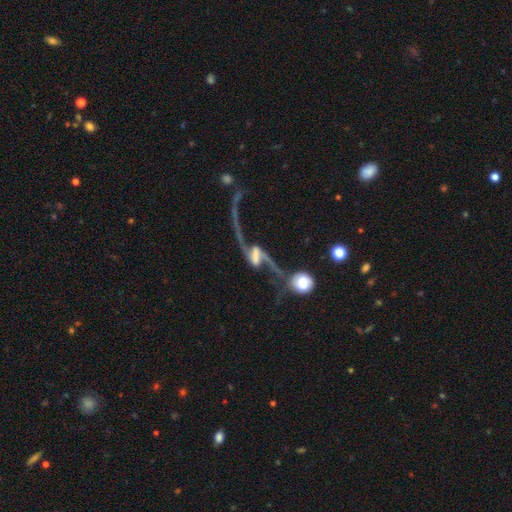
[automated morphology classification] Smooth or featured: featured or disk — 83% (smooth — 10%)
Edge-on disk: no — 93% (yes — 7%)
Bar: strong — 47% (weak — 33%)
Spiral arms: yes — 89% (no — 11%)
Spiral winding: loose — 92% (medium — 6%)
Spiral arm count: 2 — 91% (1 — 4%)
Bulge size: none — 41% (small — 18%)
Merging: merger — 31% (none — 30%)